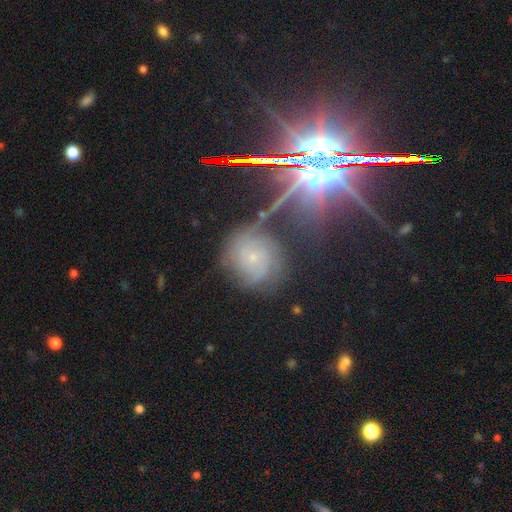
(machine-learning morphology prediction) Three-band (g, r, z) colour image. It shows a featured or disk galaxy (44%). Merging: none (74%).